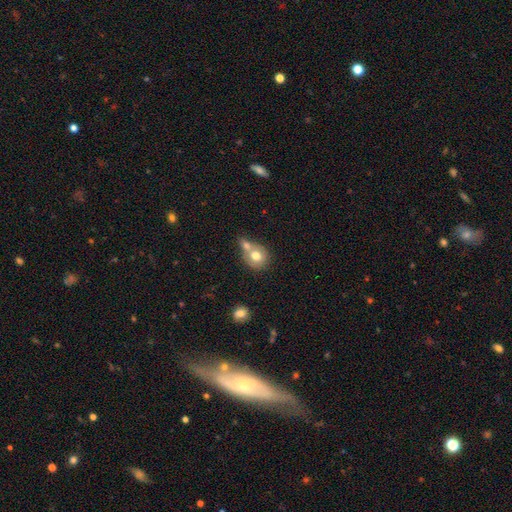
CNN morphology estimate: Smooth or featured: smooth — 73% (featured or disk — 19%)
How rounded: round — 74% (in between — 24%)
Merging: merger — 55% (none — 31%)